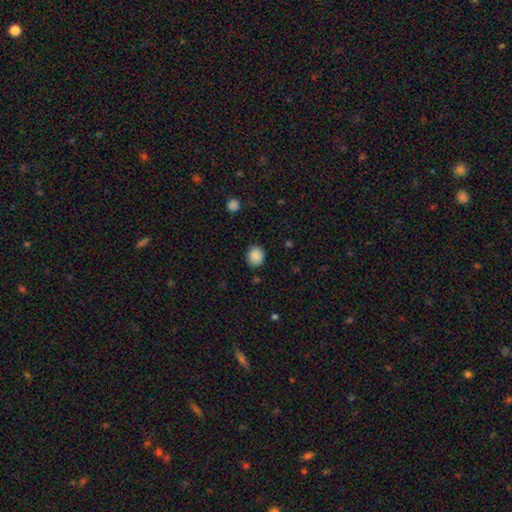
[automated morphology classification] Smooth or featured?
  - smooth: 88% *
  - star or artifact: 9%
  - featured or disk: 3%
How rounded?
  - round: 69% *
  - in between: 30%
  - cigar-shaped: 1%
Merging?
  - none: 85% *
  - minor disturbance: 11%
  - major disturbance: 3%
  - merger: 1%